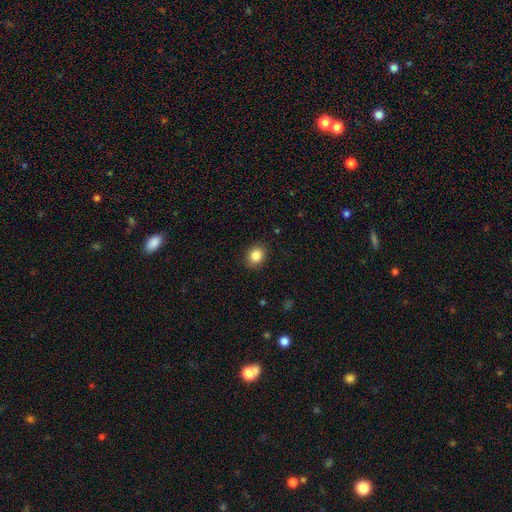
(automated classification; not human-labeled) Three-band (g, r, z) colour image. It shows a smooth galaxy with no disk features (85%) that is round (57%). Merging: none (88%).